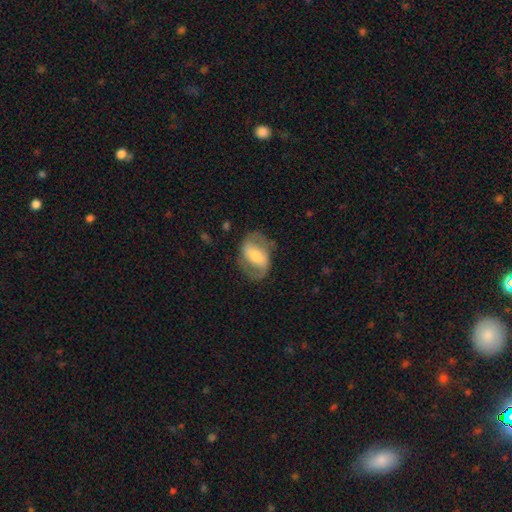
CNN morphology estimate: A featured or disk galaxy (63%) with a strong bar (42%), spiral arms (72%) and a moderate central bulge (45%). Merging: none (67%).